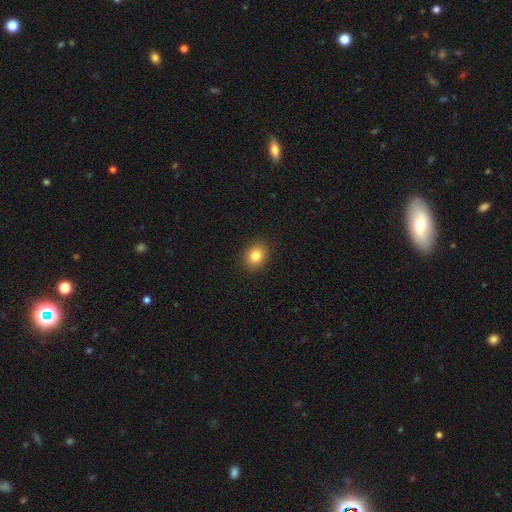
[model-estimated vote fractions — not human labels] Smooth or featured: smooth — 83% (star or artifact — 10%)
How rounded: in between — 50% (round — 49%)
Merging: none — 90% (minor disturbance — 7%)